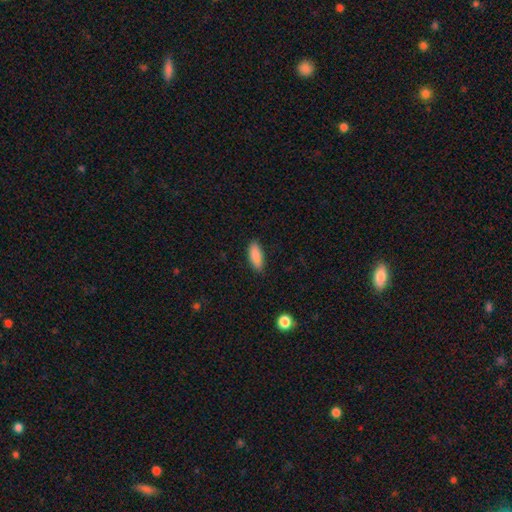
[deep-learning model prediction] Q: Smooth or featured?
A: smooth (89%); runner-up: star or artifact (6%)
Q: How rounded?
A: in between (76%); runner-up: cigar-shaped (22%)
Q: Merging?
A: none (88%); runner-up: minor disturbance (9%)